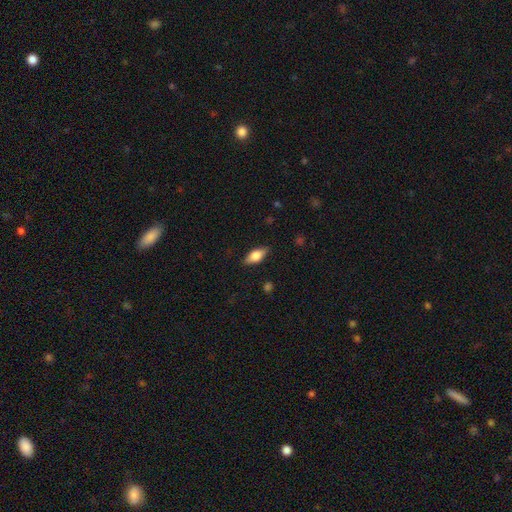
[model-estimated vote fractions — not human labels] This is likely a smooth galaxy (67%). How rounded: clearly in between (82%). Merging: clearly none (85%).